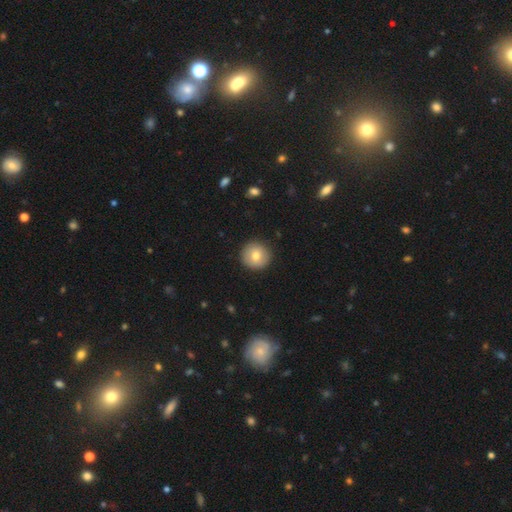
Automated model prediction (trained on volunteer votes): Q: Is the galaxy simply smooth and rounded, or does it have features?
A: smooth — 77%.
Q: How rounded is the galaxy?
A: round — 95%.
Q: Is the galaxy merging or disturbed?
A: none — 91%.